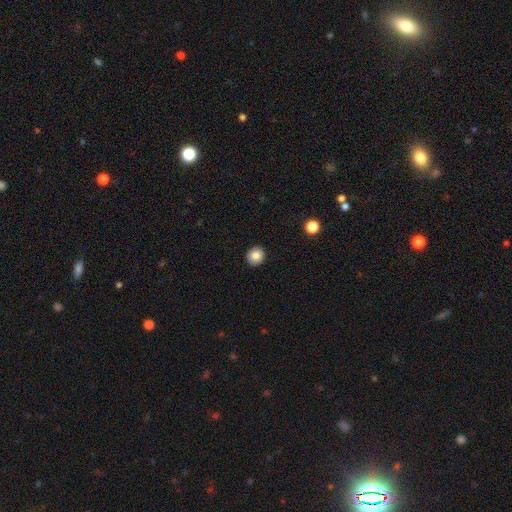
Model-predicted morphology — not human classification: Overall: smooth (85%). How rounded: round (88%). Merging: none (92%).